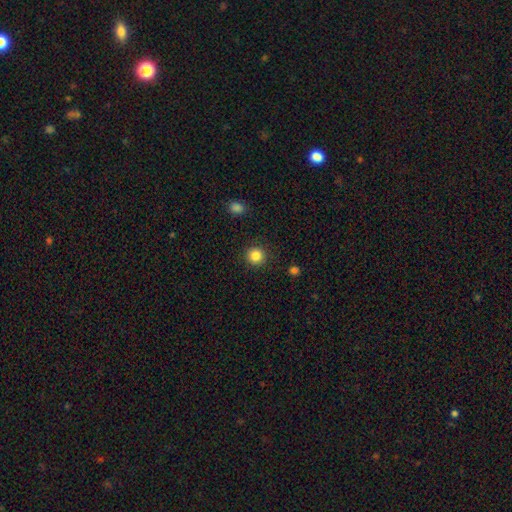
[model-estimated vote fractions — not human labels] Morphology: type=smooth (85%); roundness=round (94%); merging=none (91%).